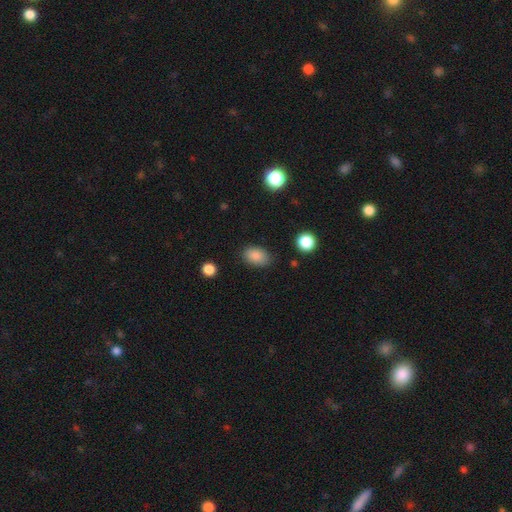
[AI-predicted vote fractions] smooth_or_featured: smooth (p=0.87) [alt: star or artifact p=0.09]
how_rounded: in between (p=0.87) [alt: round p=0.12]
merging: none (p=0.82) [alt: minor disturbance p=0.13]